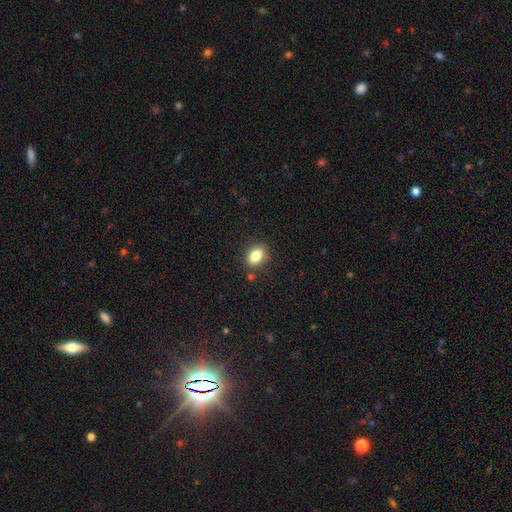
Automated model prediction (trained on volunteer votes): This appears to be a smooth galaxy with no disk features (82%) that is in between round and cigar-shaped (82%). Merging: none (83%).